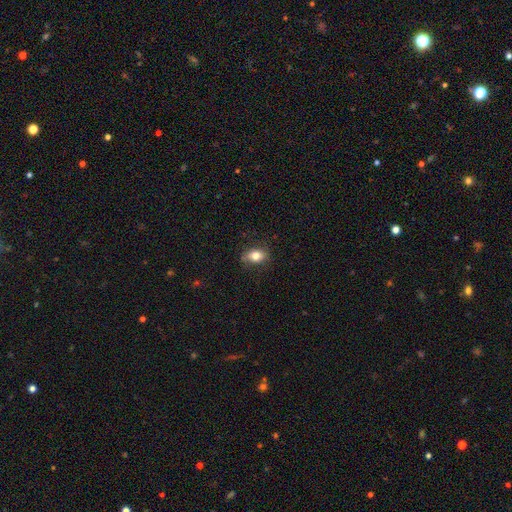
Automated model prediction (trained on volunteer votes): Overall: smooth (75%). How rounded: in between (79%). Merging: none (76%).